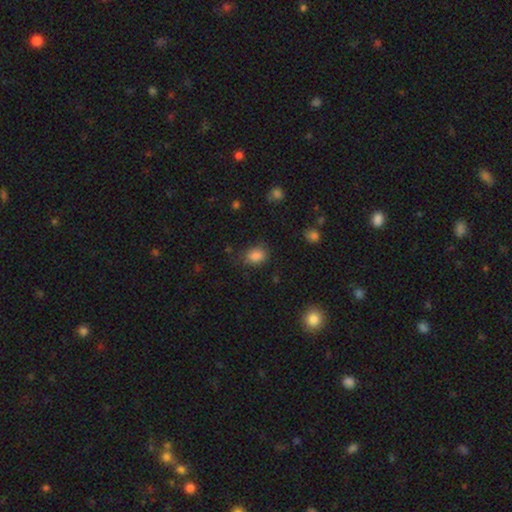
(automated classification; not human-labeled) Smooth or featured? Predicted: smooth (p=0.85). How rounded? Predicted: in between (p=0.69). Merging? Predicted: none (p=0.70).